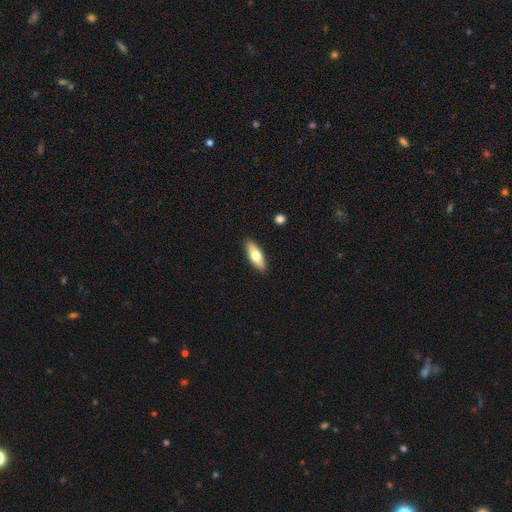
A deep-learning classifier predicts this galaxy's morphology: Smooth or featured? smooth (67%)
How rounded? in between (67%)
Merging? none (90%)